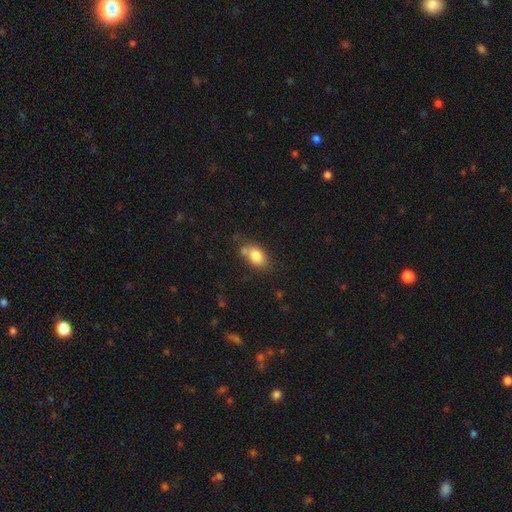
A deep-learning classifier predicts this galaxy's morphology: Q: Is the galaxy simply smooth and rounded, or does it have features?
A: smooth — 80%.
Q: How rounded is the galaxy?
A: in between — 81%.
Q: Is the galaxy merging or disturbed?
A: none — 58%.